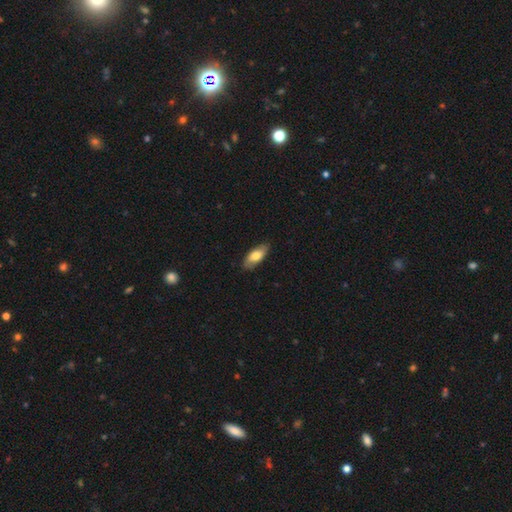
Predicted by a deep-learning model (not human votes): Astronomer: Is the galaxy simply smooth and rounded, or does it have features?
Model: smooth — 73%.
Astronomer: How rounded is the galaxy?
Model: in between — 82%.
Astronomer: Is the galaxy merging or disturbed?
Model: none — 84%.